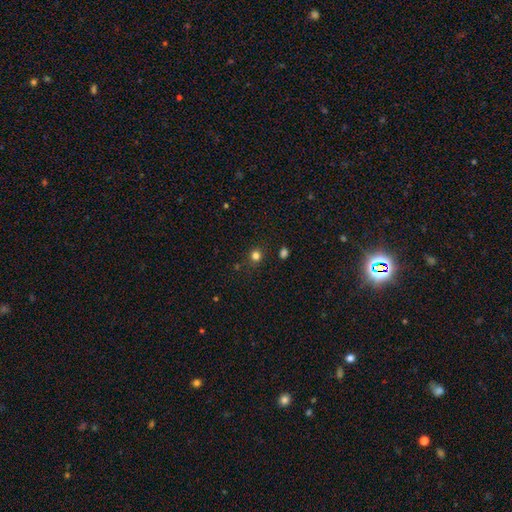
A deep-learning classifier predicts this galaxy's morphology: smooth-or-featured: smooth: 79% | star or artifact: 16% | featured or disk: 5%
  how-rounded: round: 88% | in between: 12% | cigar-shaped: 1%
  merging: none: 85% | minor disturbance: 9% | merger: 3% | major disturbance: 3%